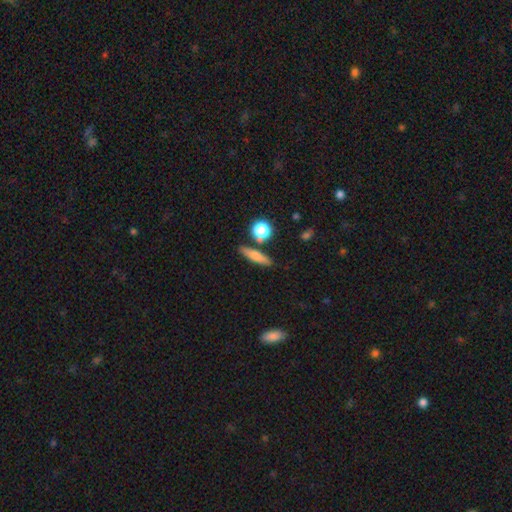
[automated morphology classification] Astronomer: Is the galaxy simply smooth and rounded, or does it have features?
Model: smooth — 70%.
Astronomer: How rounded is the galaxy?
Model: cigar-shaped — 67%.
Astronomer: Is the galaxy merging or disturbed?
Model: none — 79%.